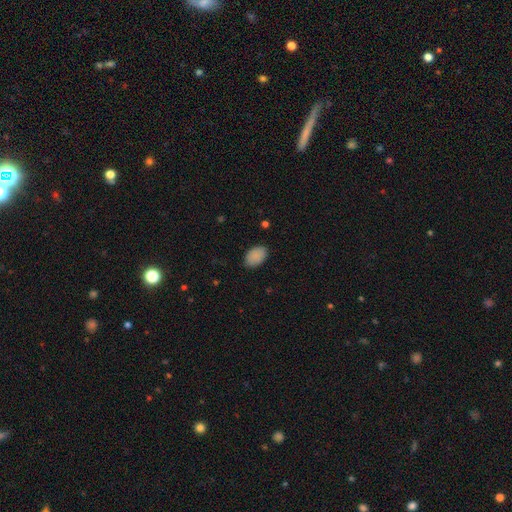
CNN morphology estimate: Q: Smooth or featured?
A: smooth (89%); runner-up: star or artifact (7%)
Q: How rounded?
A: in between (90%); runner-up: round (8%)
Q: Merging?
A: none (86%); runner-up: minor disturbance (11%)